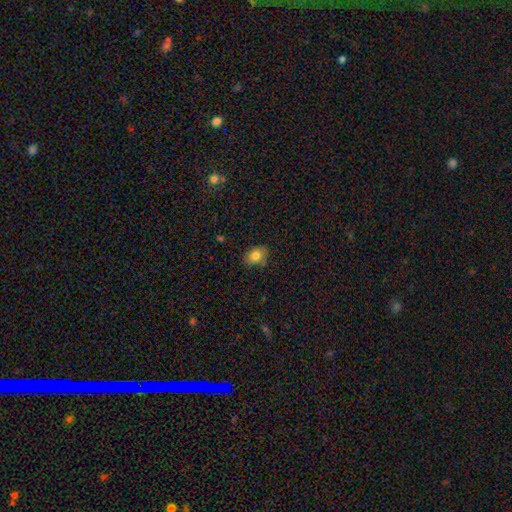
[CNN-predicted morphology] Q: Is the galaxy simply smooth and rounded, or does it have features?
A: smooth — 81%.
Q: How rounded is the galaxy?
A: in between — 74%.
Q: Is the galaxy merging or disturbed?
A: none — 79%.